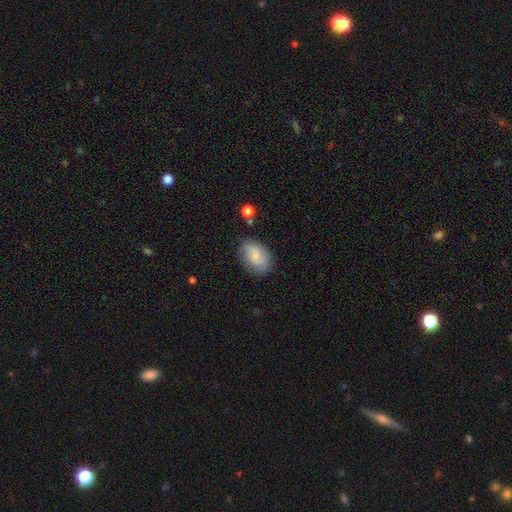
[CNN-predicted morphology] Smooth or featured? Predicted: smooth (p=0.70). How rounded? Predicted: in between (p=0.85). Merging? Predicted: none (p=0.72).